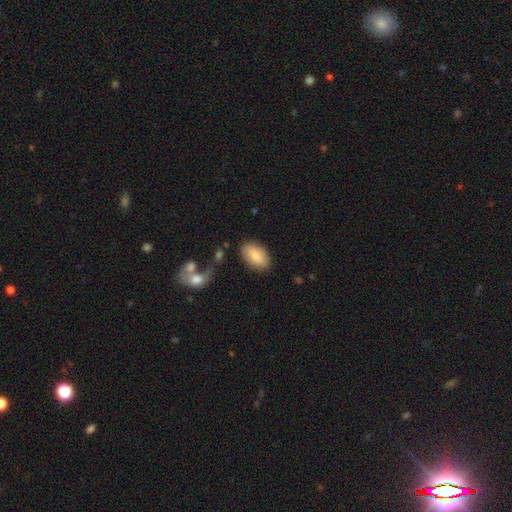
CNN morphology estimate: Smooth or featured? Predicted: smooth (p=0.82). How rounded? Predicted: in between (p=0.93). Merging? Predicted: none (p=0.81).